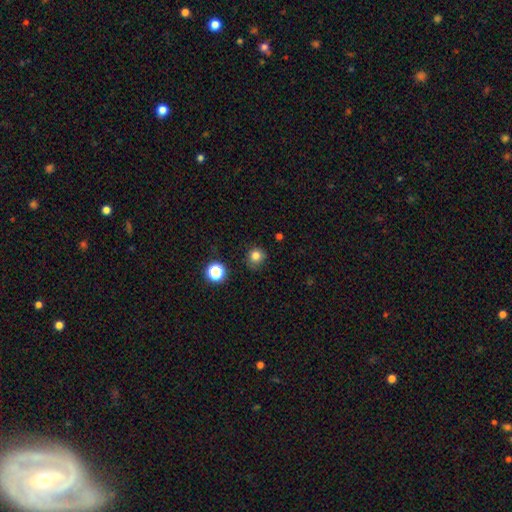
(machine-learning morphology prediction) Overall: smooth (80%). How rounded: round (88%). Merging: none (80%).